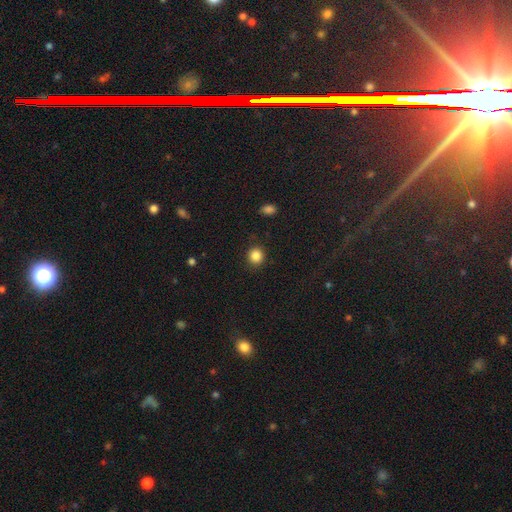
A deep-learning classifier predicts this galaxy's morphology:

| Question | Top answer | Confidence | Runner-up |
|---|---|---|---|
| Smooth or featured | smooth | 86% | star or artifact (10%) |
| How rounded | round | 89% | in between (10%) |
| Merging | none | 89% | minor disturbance (7%) |